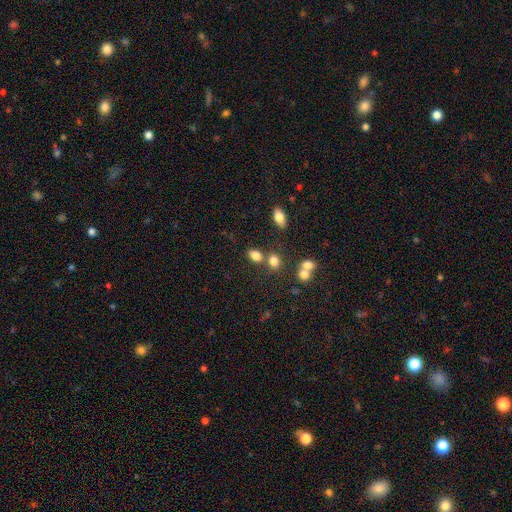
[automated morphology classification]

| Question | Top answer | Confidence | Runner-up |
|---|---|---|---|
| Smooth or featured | smooth | 80% | star or artifact (13%) |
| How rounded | in between | 72% | round (26%) |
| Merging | none | 59% | merger (24%) |